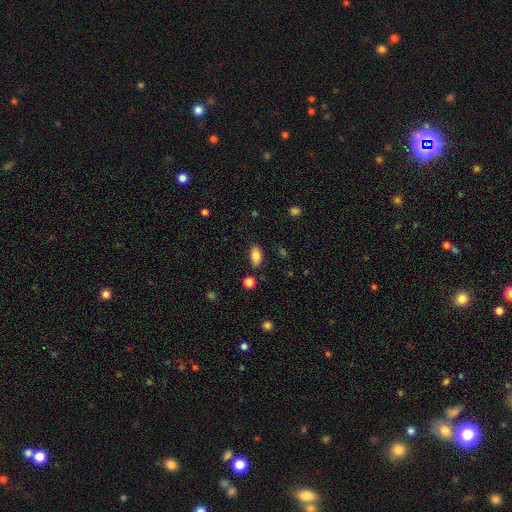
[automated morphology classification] Smooth or featured: smooth — 83% (featured or disk — 8%)
How rounded: in between — 91% (round — 5%)
Merging: none — 84% (minor disturbance — 11%)